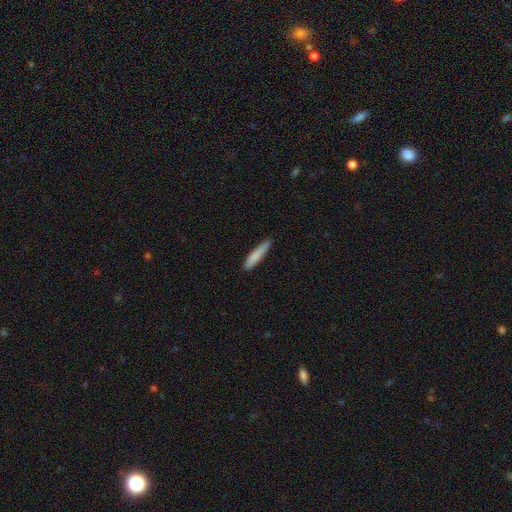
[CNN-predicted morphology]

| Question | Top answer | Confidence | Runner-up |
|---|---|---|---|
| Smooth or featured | smooth | 83% | featured or disk (11%) |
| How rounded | cigar-shaped | 89% | in between (10%) |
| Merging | none | 82% | minor disturbance (14%) |